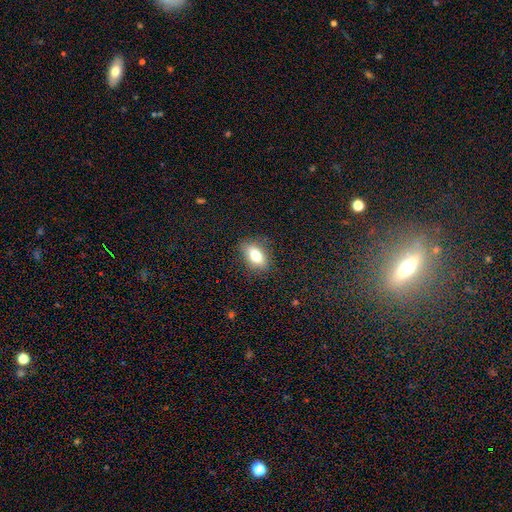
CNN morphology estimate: The model was most divided on "smooth or featured": smooth: 77%, featured or disk: 14%, star or artifact: 9%. More confident: how rounded — in between (84%); merging — none (82%).